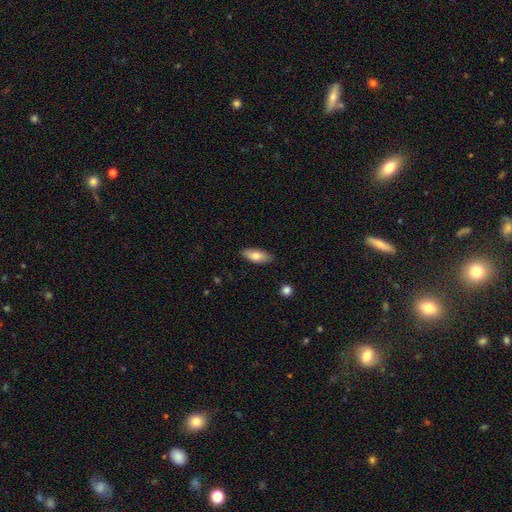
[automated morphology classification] Q: Smooth or featured?
A: smooth (78%); runner-up: featured or disk (16%)
Q: How rounded?
A: in between (80%); runner-up: cigar-shaped (18%)
Q: Merging?
A: none (86%); runner-up: minor disturbance (11%)